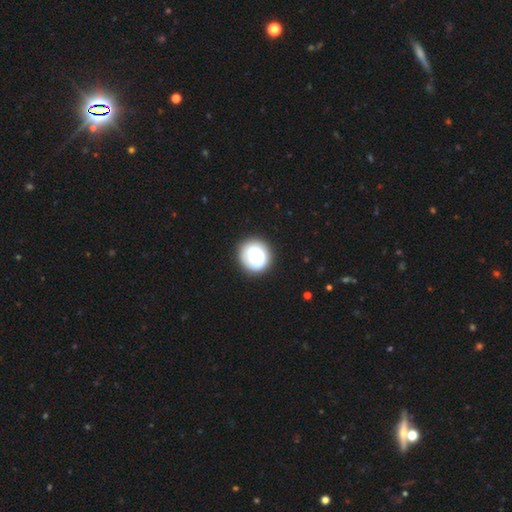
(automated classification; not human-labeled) Smooth or featured? Predicted: smooth (p=0.65). How rounded? Predicted: round (p=0.87). Merging? Predicted: none (p=0.81).